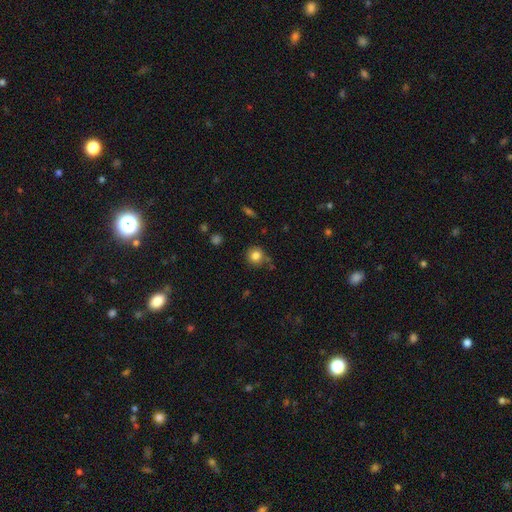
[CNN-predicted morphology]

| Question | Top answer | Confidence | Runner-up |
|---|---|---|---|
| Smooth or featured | smooth | 82% | star or artifact (11%) |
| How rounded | round | 91% | in between (8%) |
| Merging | none | 78% | minor disturbance (13%) |